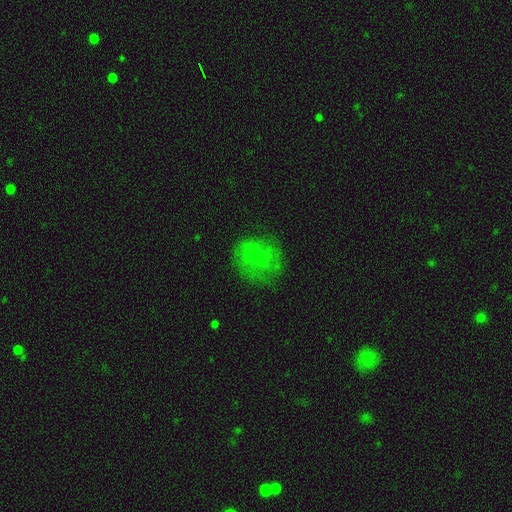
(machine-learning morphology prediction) The model was most divided on "how rounded": round: 59%, in between: 40%, cigar-shaped: 2%. More confident: merging — none (62%); smooth or featured — smooth (59%).